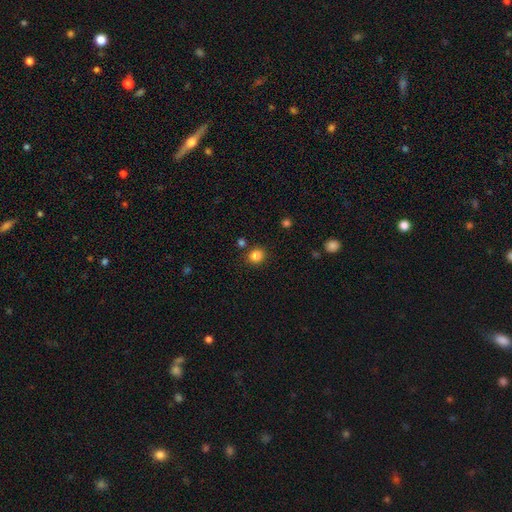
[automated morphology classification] type=smooth (84%); roundness=round (82%); merging=none (84%).